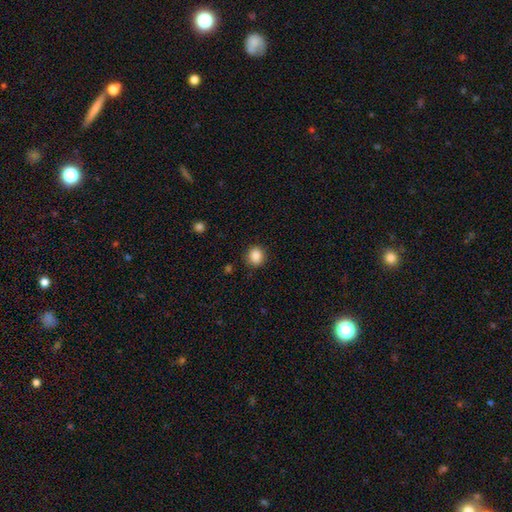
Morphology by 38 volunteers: Smooth or featured?
  - smooth: 97% *
  - star or artifact: 3%
  - featured or disk: 0%
How rounded?
  - round: 78% *
  - in between: 22%
  - cigar-shaped: 0%
Merging?
  - none: 89% *
  - minor disturbance: 5%
  - major disturbance: 5%
  - merger: 0%